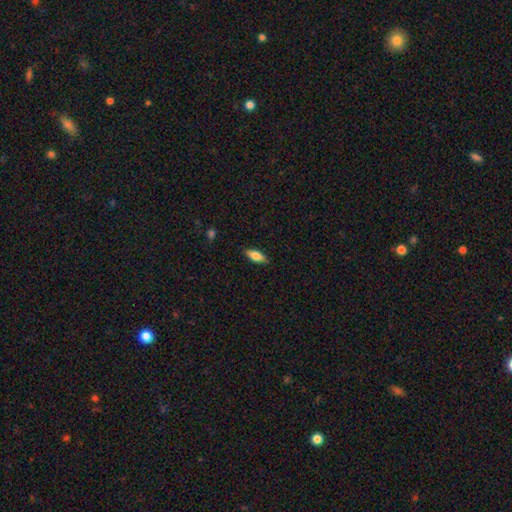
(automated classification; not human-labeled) This appears to be a smooth galaxy with no disk features (75%) that is in between round and cigar-shaped (73%). Merging: none (87%).